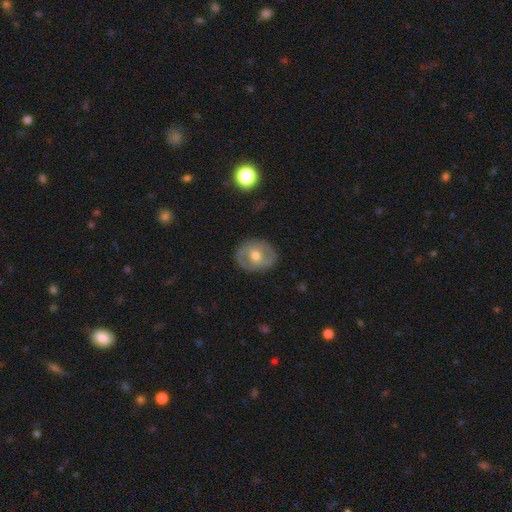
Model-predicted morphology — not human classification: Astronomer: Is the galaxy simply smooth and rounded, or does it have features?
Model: featured or disk — 59% (runner-up: smooth, 35%).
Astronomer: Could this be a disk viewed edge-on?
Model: no — 95%.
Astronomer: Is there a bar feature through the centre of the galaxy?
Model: no — 52% (runner-up: weak, 34%).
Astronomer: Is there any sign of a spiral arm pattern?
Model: yes — 51% (runner-up: no, 49%).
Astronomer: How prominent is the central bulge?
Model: moderate — 74%.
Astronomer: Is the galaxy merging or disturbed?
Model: none — 84%.